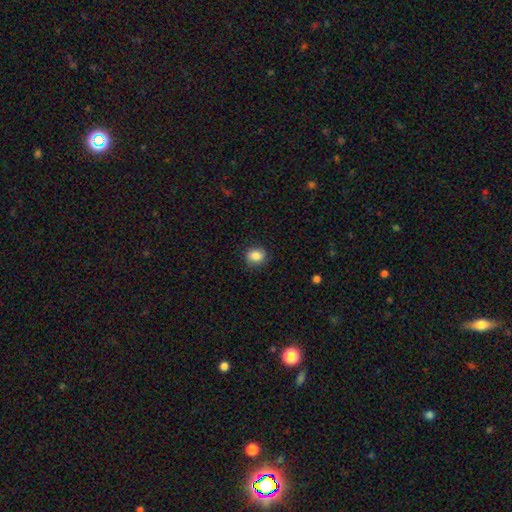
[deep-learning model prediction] smooth-or-featured: smooth: 86% | star or artifact: 9% | featured or disk: 5%
  how-rounded: round: 67% | in between: 32% | cigar-shaped: 1%
  merging: none: 84% | minor disturbance: 12% | major disturbance: 3% | merger: 1%